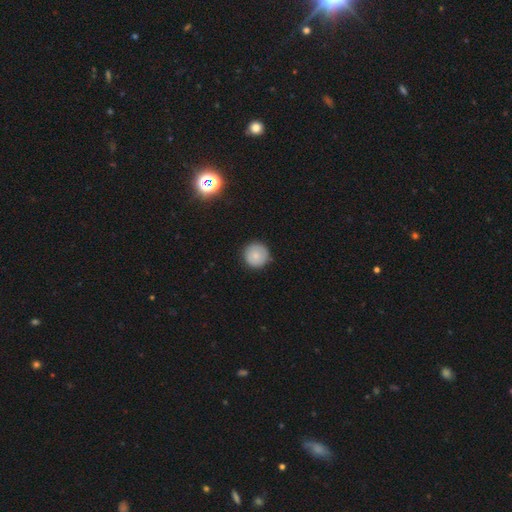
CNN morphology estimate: The model was most divided on "smooth or featured": smooth: 81%, featured or disk: 10%, star or artifact: 9%. More confident: how rounded — round (96%); merging — none (90%).